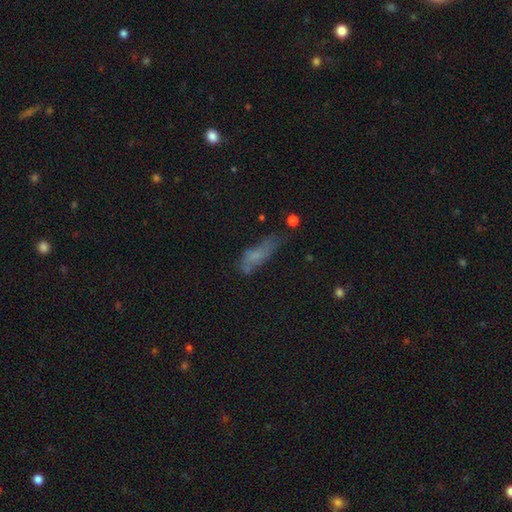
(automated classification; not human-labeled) Q: Smooth or featured?
A: smooth (60%); runner-up: featured or disk (25%)
Q: How rounded?
A: in between (51%); runner-up: cigar-shaped (45%)
Q: Merging?
A: none (43%); runner-up: minor disturbance (30%)